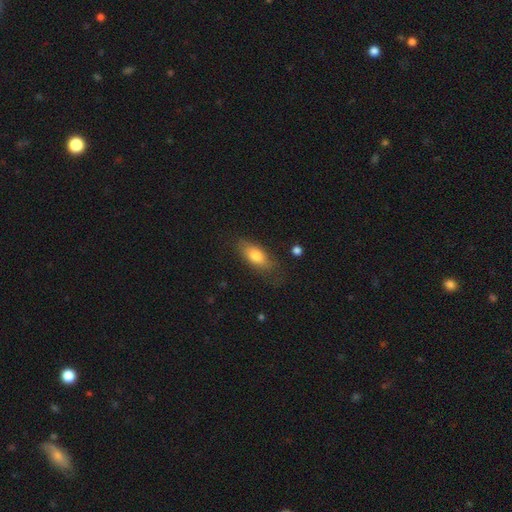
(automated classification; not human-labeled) Morphology: type=smooth (76%); roundness=in between (82%); merging=none (70%).